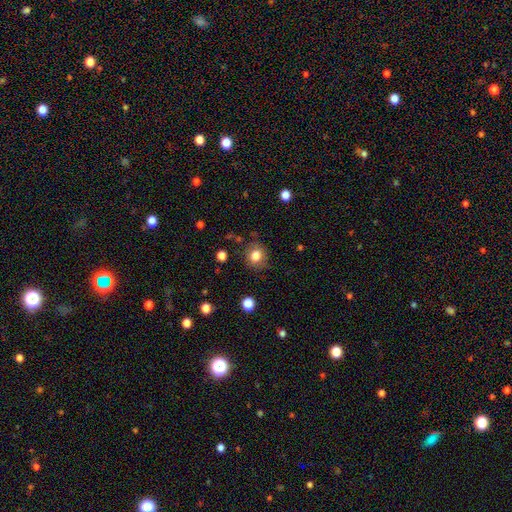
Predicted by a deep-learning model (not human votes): Smooth or featured: smooth — 82% (star or artifact — 11%)
How rounded: round — 76% (in between — 23%)
Merging: none — 83% (minor disturbance — 12%)